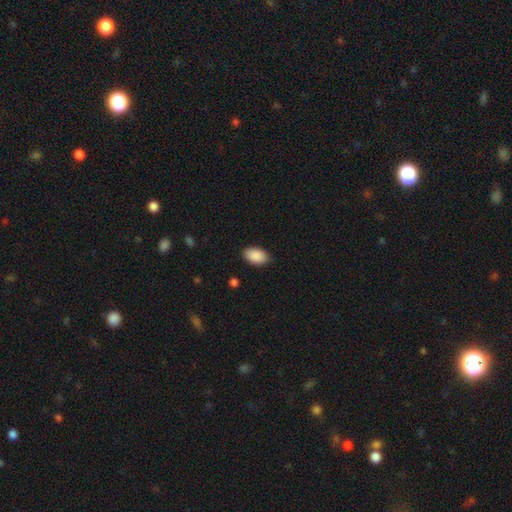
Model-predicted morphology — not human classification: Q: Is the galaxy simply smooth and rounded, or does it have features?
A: smooth — 90%.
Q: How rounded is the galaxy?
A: in between — 92%.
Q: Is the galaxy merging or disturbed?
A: none — 87%.